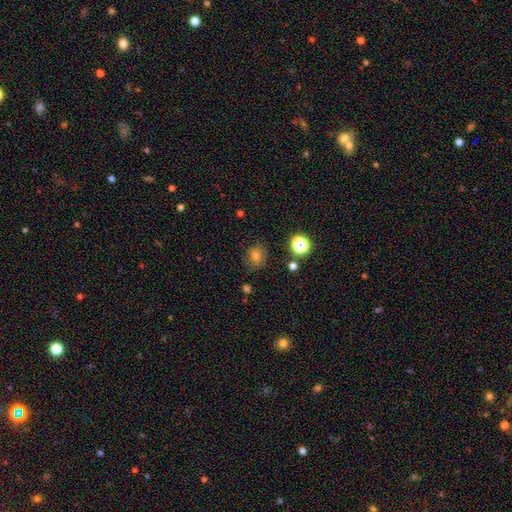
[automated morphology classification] smooth_or_featured: smooth (p=0.70) [alt: star or artifact p=0.19]
how_rounded: round (p=0.66) [alt: in between p=0.33]
merging: none (p=0.79) [alt: minor disturbance p=0.14]